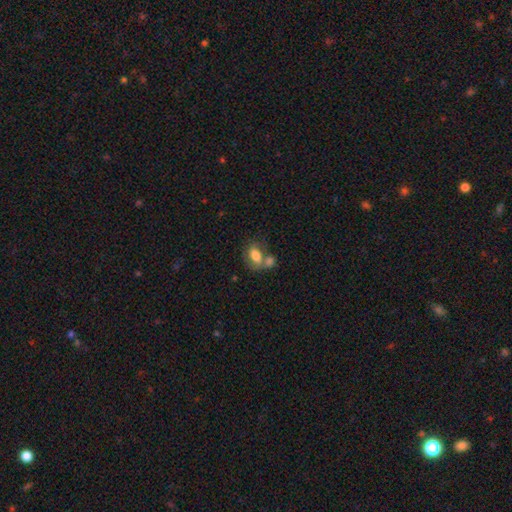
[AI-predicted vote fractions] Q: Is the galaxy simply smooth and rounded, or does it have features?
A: smooth — 72%.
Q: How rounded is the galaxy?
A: in between — 82%.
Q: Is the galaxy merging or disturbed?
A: merger — 44%.